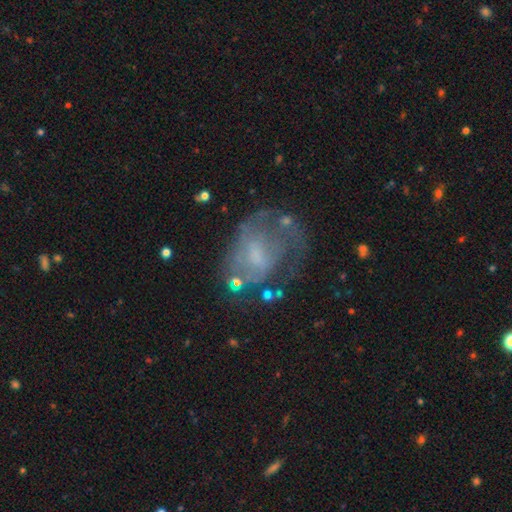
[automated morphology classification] Overall: featured or disk (63%; smooth 26%). Edge-on disk: no (97%). Bar: no (54%; weak 38%). Spiral arms: yes (58%; no 42%). Bulge size: small (35%; moderate 31%). Merging: none (43%; major disturbance 29%).